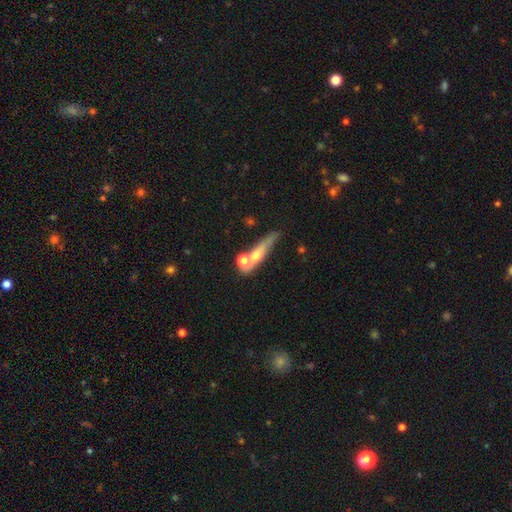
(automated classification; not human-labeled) Smooth or featured? smooth (53%)
How rounded? cigar-shaped (54%)
Merging? none (38%)